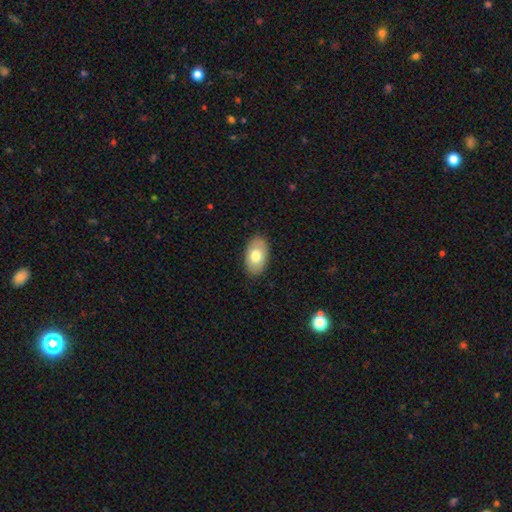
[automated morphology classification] smooth_or_featured: smooth (p=0.72) [alt: featured or disk p=0.21]
how_rounded: in between (p=0.92) [alt: round p=0.06]
merging: none (p=0.88) [alt: minor disturbance p=0.09]